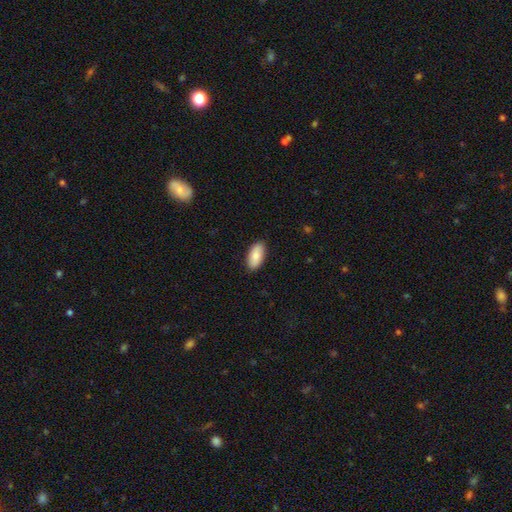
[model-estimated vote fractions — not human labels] This is clearly a smooth galaxy (85%). How rounded: clearly in between (92%). Merging: clearly none (88%).